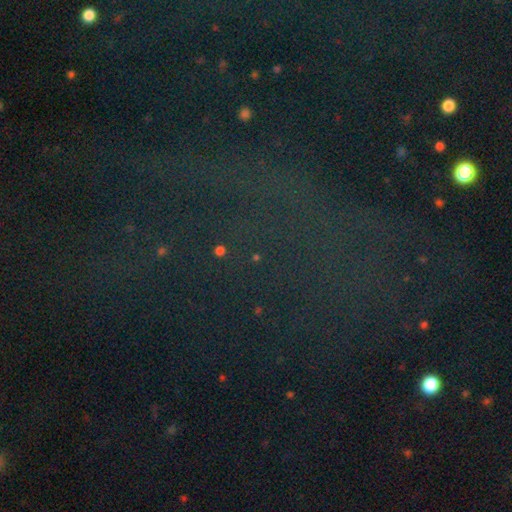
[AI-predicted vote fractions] Q: Smooth or featured?
A: star or artifact (79%); runner-up: smooth (12%)